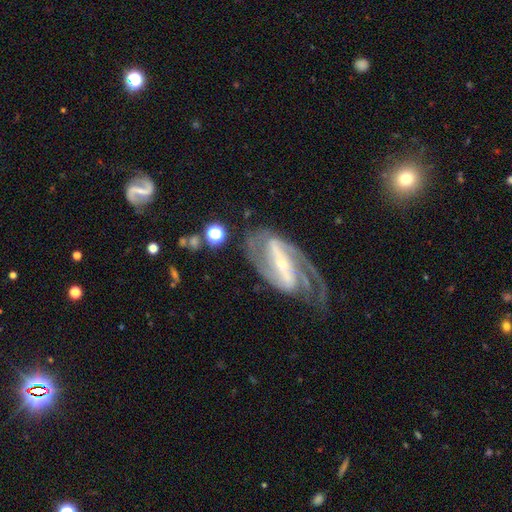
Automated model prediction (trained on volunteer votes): featured or disk 90%, star or artifact 5%, smooth 4%. Down the decision tree: edge-on disk — no (94%); bar — strong (74%); spiral arms — yes (97%); spiral arm count — 2 (86%); spiral winding — medium (47%); bulge size — small (66%); merging — none (72%).